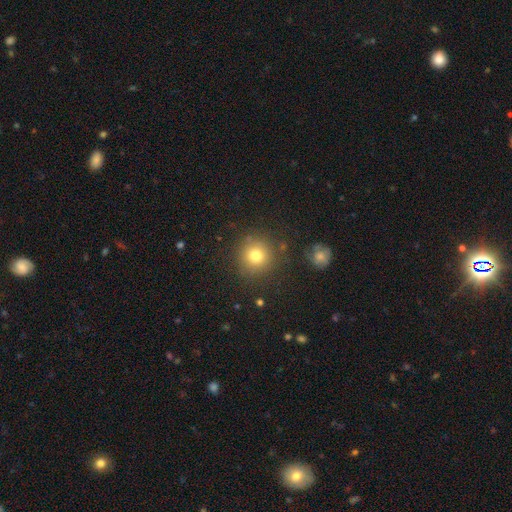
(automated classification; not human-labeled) A smooth galaxy with no disk features (76%) that is round (93%). Merging: none (84%).